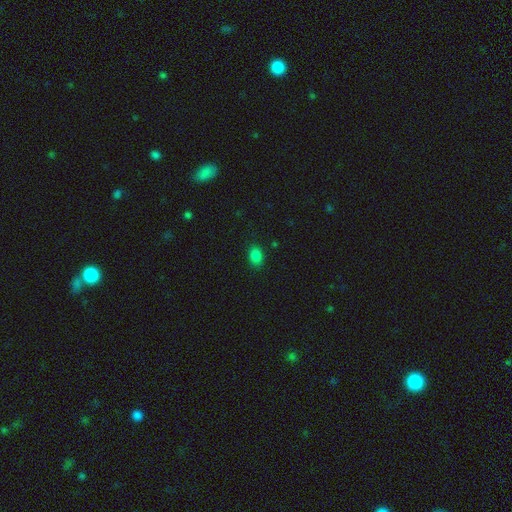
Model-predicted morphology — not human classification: The model was most divided on "how rounded": in between: 80%, round: 19%, cigar-shaped: 1%. More confident: merging — none (87%); smooth or featured — smooth (84%).